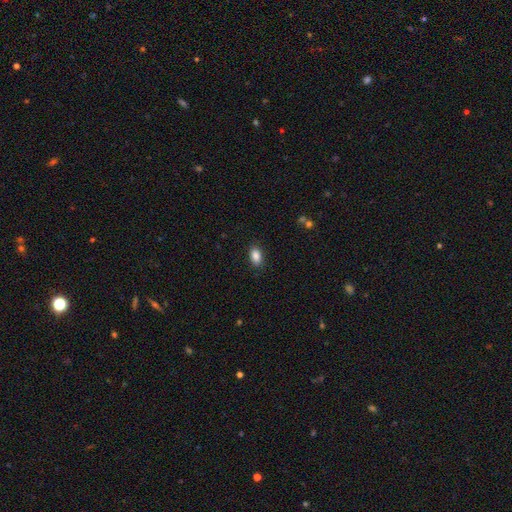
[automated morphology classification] Overall: smooth (87%). How rounded: in between (91%). Merging: none (87%).